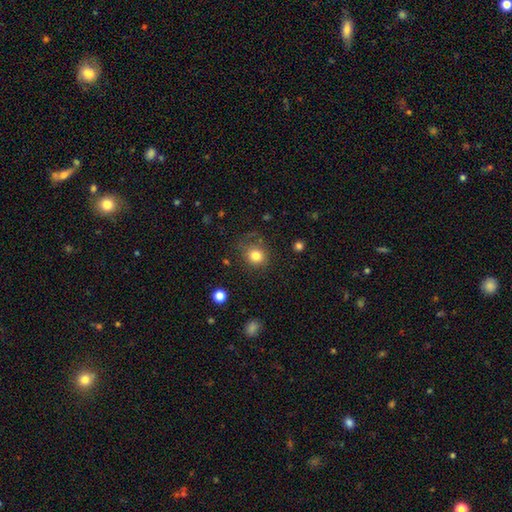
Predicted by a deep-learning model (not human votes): This appears to be a smooth galaxy with no disk features (82%) that is round (81%). Merging: none (74%).